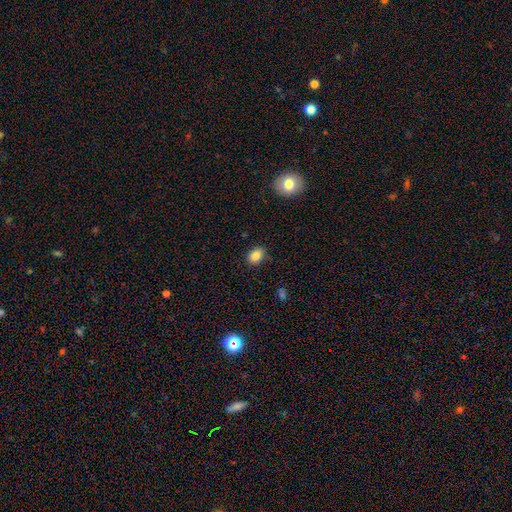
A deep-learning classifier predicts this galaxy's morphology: Smooth or featured?
  - smooth: 85% *
  - star or artifact: 10%
  - featured or disk: 5%
How rounded?
  - in between: 69% *
  - round: 30%
  - cigar-shaped: 1%
Merging?
  - none: 82% *
  - minor disturbance: 14%
  - major disturbance: 3%
  - merger: 1%